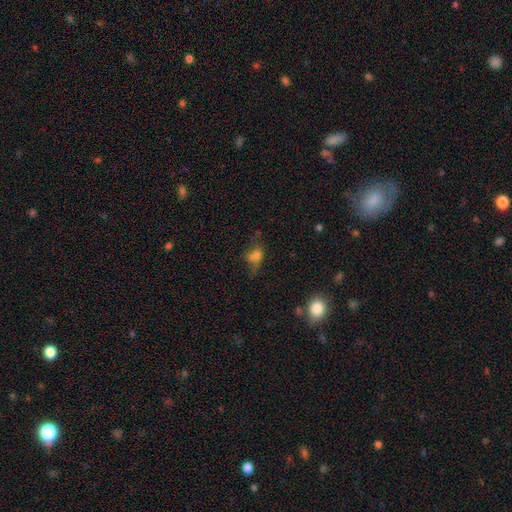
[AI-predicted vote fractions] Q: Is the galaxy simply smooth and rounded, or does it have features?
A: smooth — 64%.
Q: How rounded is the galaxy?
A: in between — 60%.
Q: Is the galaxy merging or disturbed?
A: none — 35%.